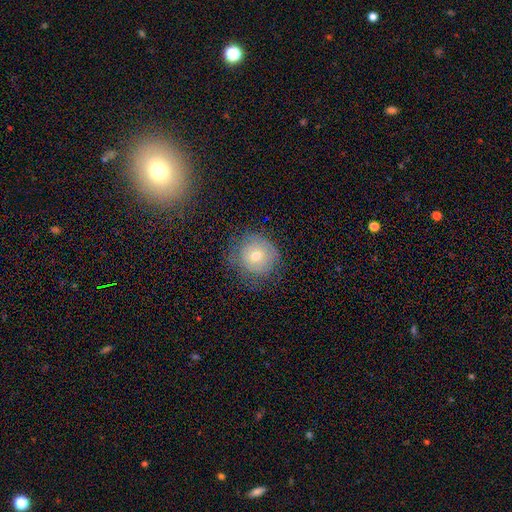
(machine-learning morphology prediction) Q: Smooth or featured?
A: smooth (60%); runner-up: featured or disk (29%)
Q: How rounded?
A: round (88%); runner-up: in between (11%)
Q: Merging?
A: none (67%); runner-up: minor disturbance (22%)